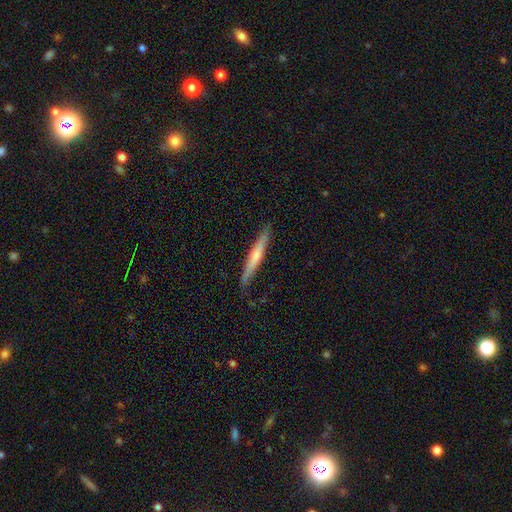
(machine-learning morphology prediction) Q: Smooth or featured?
A: smooth (48%); runner-up: featured or disk (47%)
Q: Merging?
A: none (85%); runner-up: minor disturbance (12%)